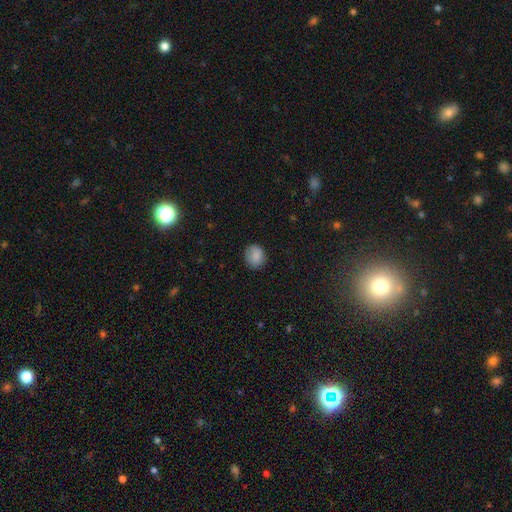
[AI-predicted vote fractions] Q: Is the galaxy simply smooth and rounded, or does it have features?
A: smooth — 86%.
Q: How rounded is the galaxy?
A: round — 69%.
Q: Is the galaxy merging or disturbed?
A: none — 81%.